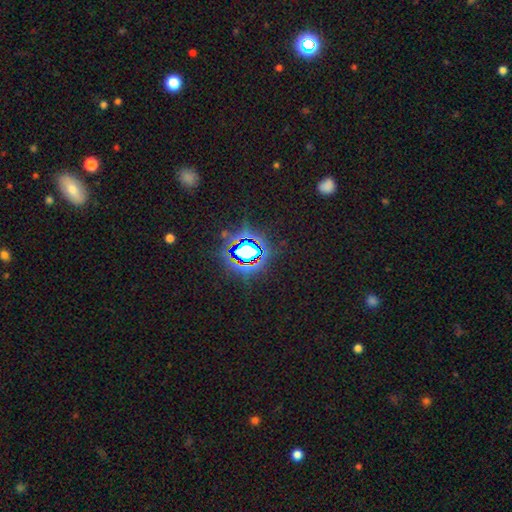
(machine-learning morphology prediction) Smooth or featured?
  - star or artifact: 79% *
  - smooth: 13%
  - featured or disk: 9%